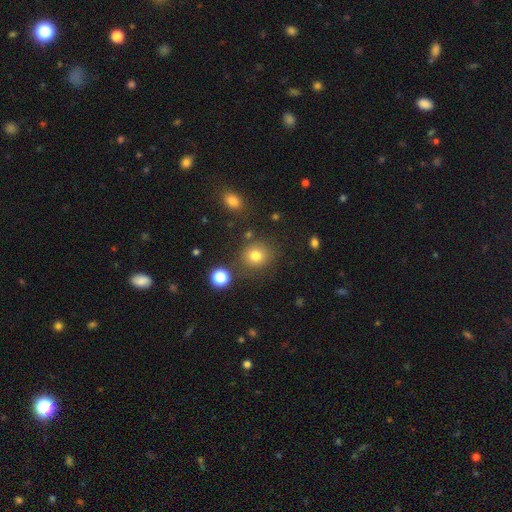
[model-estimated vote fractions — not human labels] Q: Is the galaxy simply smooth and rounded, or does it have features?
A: smooth — 78%.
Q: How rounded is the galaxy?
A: round — 84%.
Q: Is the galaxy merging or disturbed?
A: none — 80%.